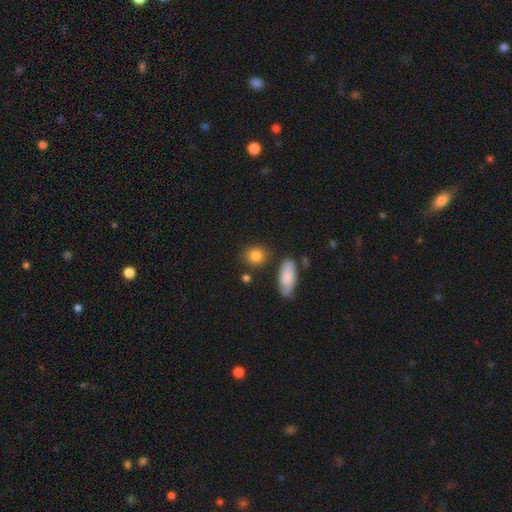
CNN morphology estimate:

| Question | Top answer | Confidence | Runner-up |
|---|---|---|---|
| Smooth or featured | smooth | 85% | star or artifact (8%) |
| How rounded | round | 69% | in between (29%) |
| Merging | none | 79% | minor disturbance (12%) |